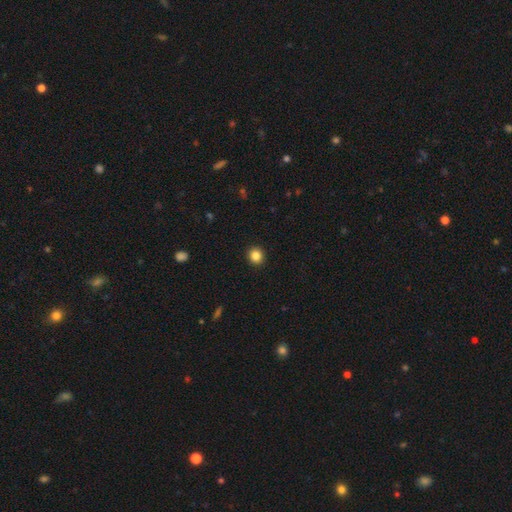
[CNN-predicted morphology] type=smooth (85%); roundness=round (87%); merging=none (93%).